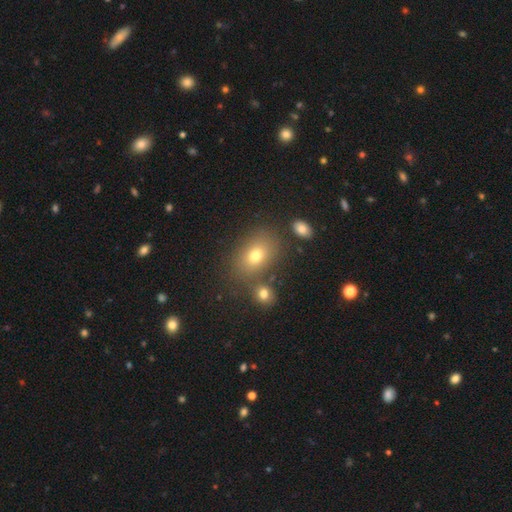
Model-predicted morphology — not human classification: smooth 72%, star or artifact 15%, featured or disk 14%. Down the decision tree: how rounded — in between (72%); merging — none (73%).